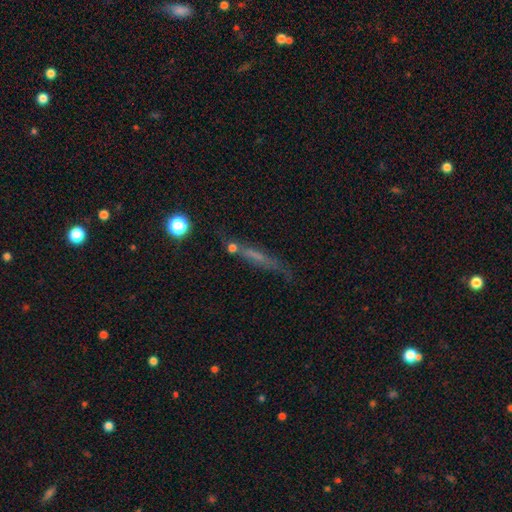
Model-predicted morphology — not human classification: Smooth or featured? Predicted: smooth (p=0.42). Merging? Predicted: none (p=0.57).